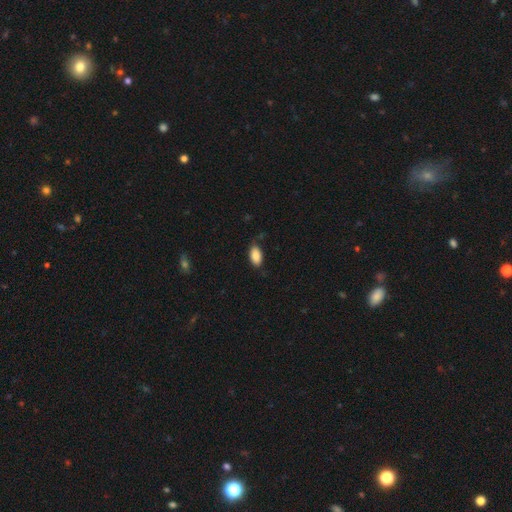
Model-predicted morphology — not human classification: Overall: smooth (88%). How rounded: in between (94%). Merging: none (78%).